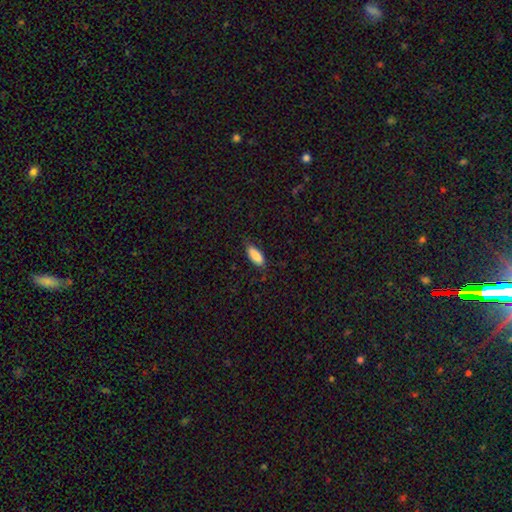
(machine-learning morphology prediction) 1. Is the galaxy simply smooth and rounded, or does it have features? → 87% smooth, 6% featured or disk, 6% star or artifact.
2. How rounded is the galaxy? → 79% in between, 19% cigar-shaped, 2% round.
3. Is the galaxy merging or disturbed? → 78% none, 18% minor disturbance, 4% major disturbance, 1% merger.